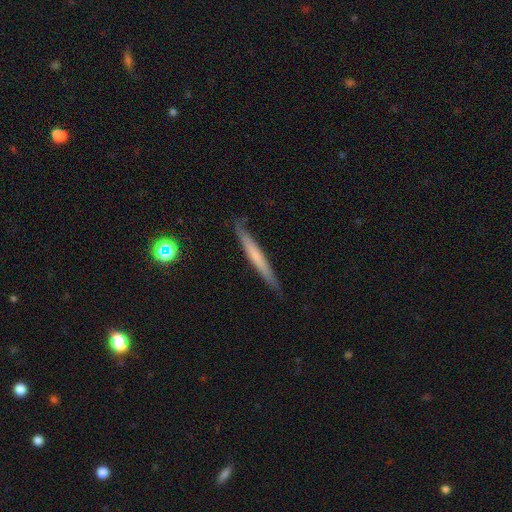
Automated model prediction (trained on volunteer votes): smooth-or-featured: smooth: 51% | featured or disk: 43% | star or artifact: 7%
  how-rounded: cigar-shaped: 96% | in between: 2% | round: 1%
  merging: none: 87% | minor disturbance: 10% | major disturbance: 2% | merger: 1%